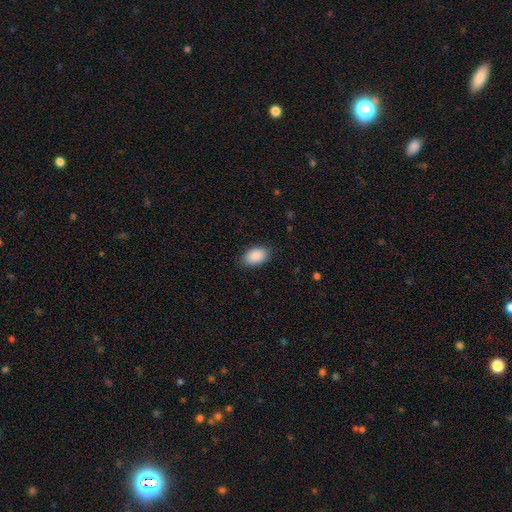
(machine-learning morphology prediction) smooth_or_featured: smooth (p=0.90) [alt: star or artifact p=0.06]
how_rounded: in between (p=0.93) [alt: round p=0.06]
merging: none (p=0.86) [alt: minor disturbance p=0.10]